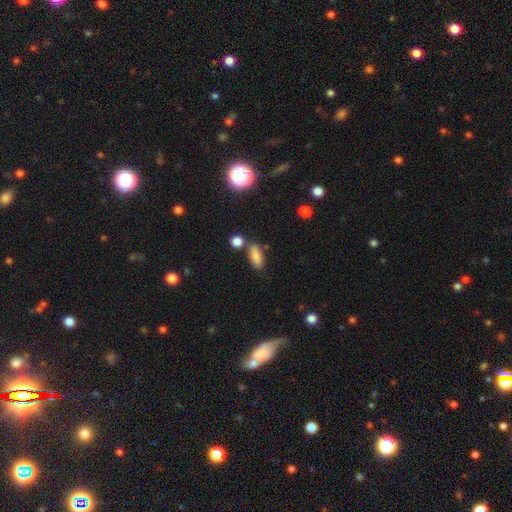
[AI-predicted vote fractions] smooth_or_featured: smooth (p=0.83) [alt: star or artifact p=0.10]
how_rounded: in between (p=0.75) [alt: cigar-shaped p=0.21]
merging: none (p=0.69) [alt: minor disturbance p=0.14]